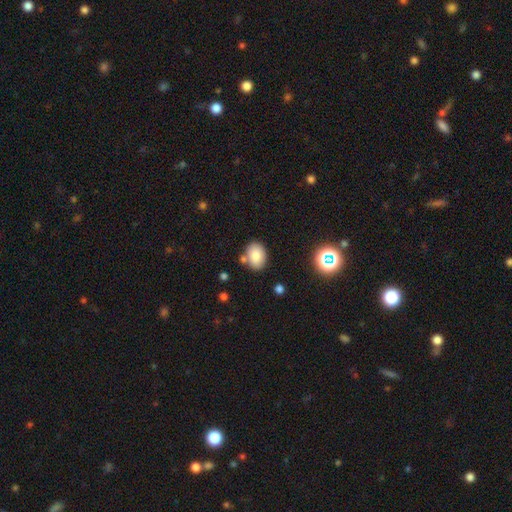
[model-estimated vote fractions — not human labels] smooth_or_featured: smooth (p=0.82) [alt: star or artifact p=0.10]
how_rounded: in between (p=0.76) [alt: round p=0.23]
merging: none (p=0.77) [alt: minor disturbance p=0.12]